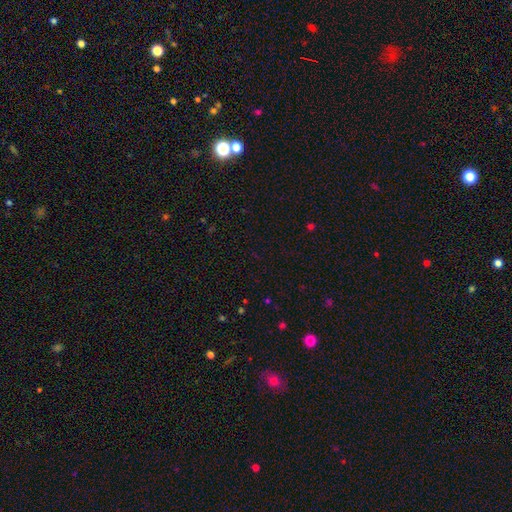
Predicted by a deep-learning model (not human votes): smooth-or-featured: star or artifact: 69% | smooth: 24% | featured or disk: 8%